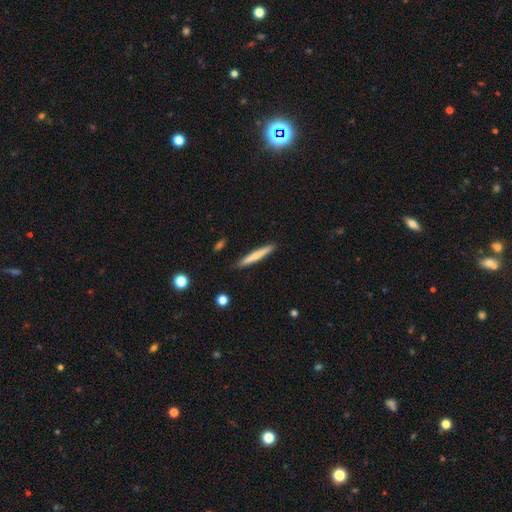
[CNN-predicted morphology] smooth 63%, featured or disk 32%, star or artifact 6%. Down the decision tree: how rounded — cigar-shaped (95%); merging — none (90%).